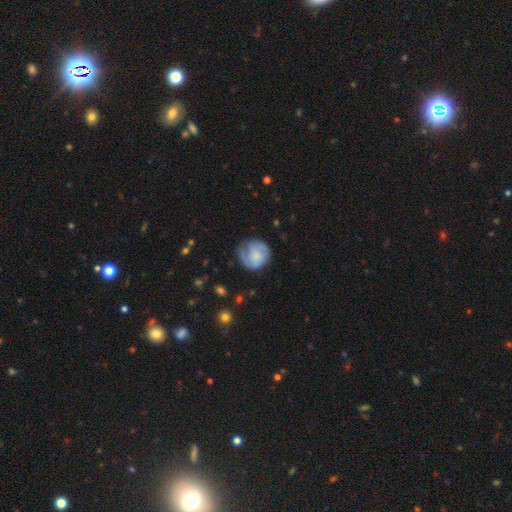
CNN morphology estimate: Smooth or featured: featured or disk — 48% (smooth — 45%)
Merging: none — 62% (minor disturbance — 24%)